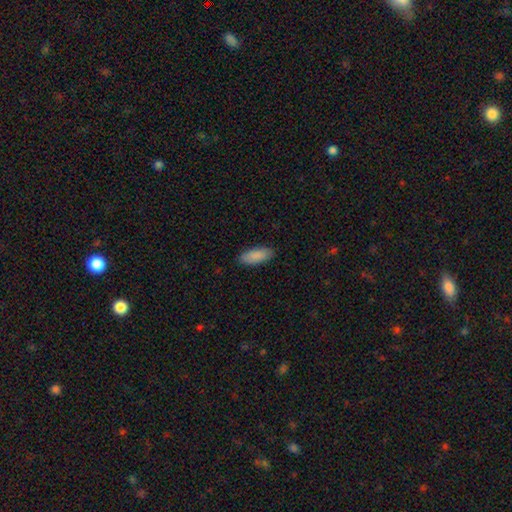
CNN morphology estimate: Smooth or featured: smooth — 89% (star or artifact — 6%)
How rounded: in between — 81% (cigar-shaped — 18%)
Merging: none — 88% (minor disturbance — 9%)